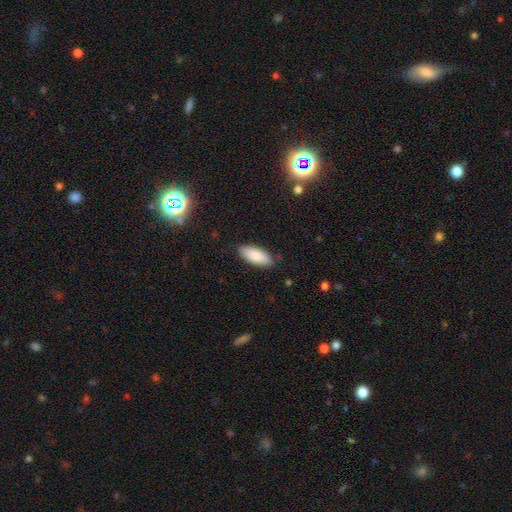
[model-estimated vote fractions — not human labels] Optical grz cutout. It shows a smooth galaxy with no disk features (87%) that is in between round and cigar-shaped (85%). Merging: none (84%).